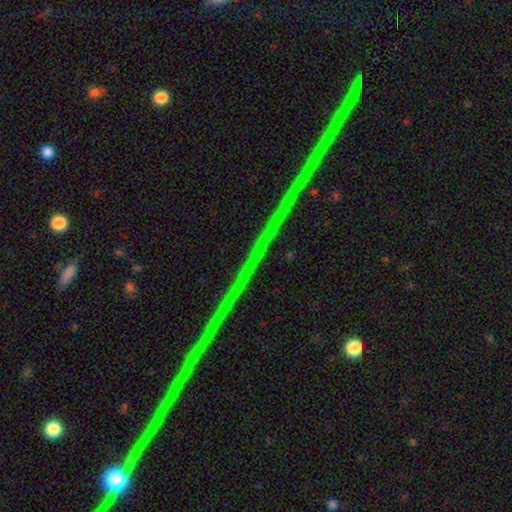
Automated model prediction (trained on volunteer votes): star or artifact 79%, featured or disk 14%, smooth 7%.